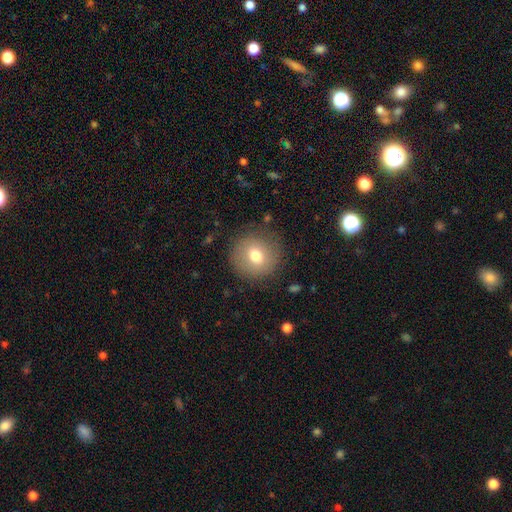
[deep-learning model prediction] smooth 72%, featured or disk 18%, star or artifact 10%. Down the decision tree: how rounded — round (92%); merging — none (85%).